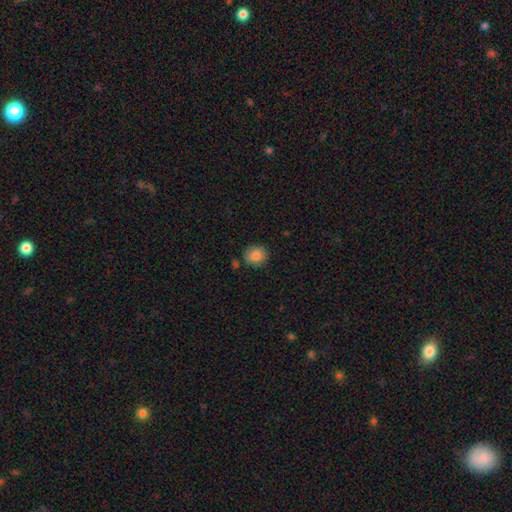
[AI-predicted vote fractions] smooth_or_featured: smooth (p=0.85) [alt: star or artifact p=0.09]
how_rounded: round (p=0.84) [alt: in between p=0.15]
merging: none (p=0.82) [alt: minor disturbance p=0.11]